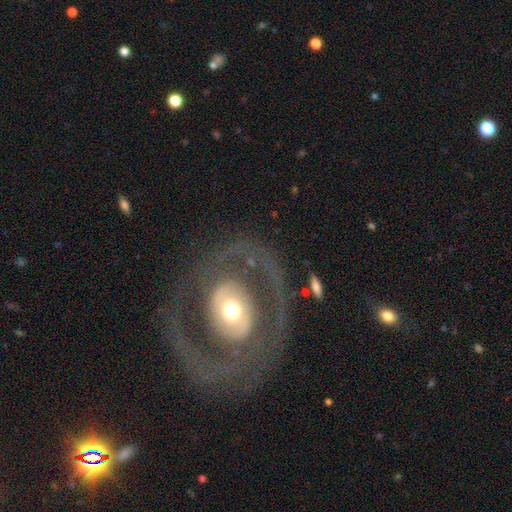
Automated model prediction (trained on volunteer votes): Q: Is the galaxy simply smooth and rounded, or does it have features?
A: featured or disk — 78%.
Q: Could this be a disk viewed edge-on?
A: no — 96%.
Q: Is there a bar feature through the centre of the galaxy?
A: no — 61%.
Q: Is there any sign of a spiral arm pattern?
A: yes — 55%.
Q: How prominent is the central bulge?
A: moderate — 63%.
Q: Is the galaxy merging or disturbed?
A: none — 77%.